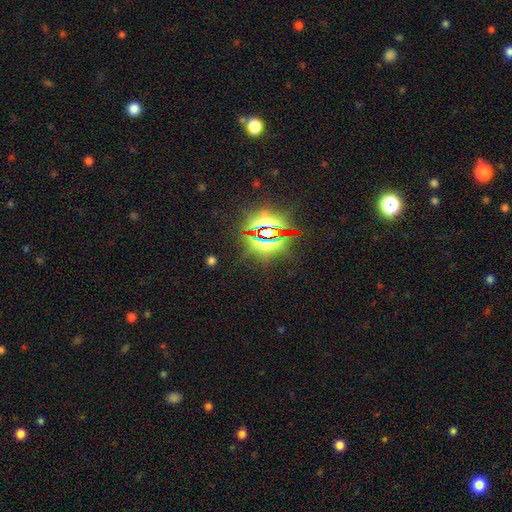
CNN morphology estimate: Smooth or featured? Predicted: star or artifact (p=0.84).